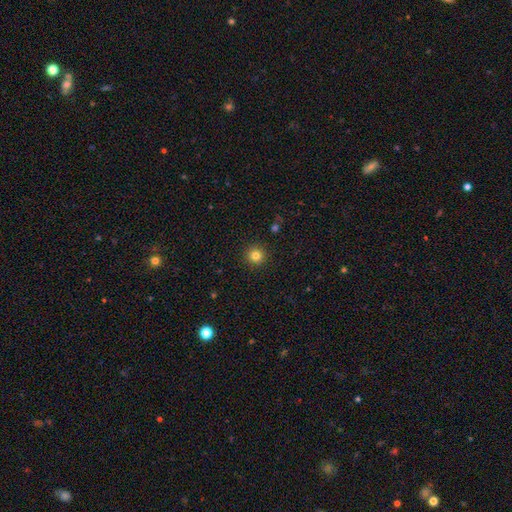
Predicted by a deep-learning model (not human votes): This appears to be a smooth galaxy with no disk features (82%) that is round (96%). Merging: none (93%).